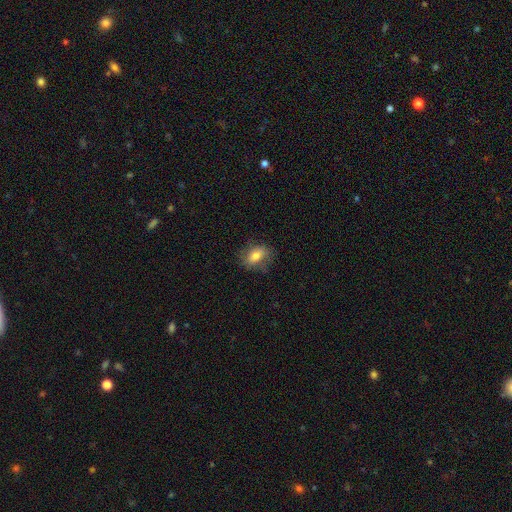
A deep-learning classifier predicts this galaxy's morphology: Smooth or featured: smooth — 72% (featured or disk — 20%)
How rounded: in between — 79% (round — 17%)
Merging: none — 72% (minor disturbance — 19%)